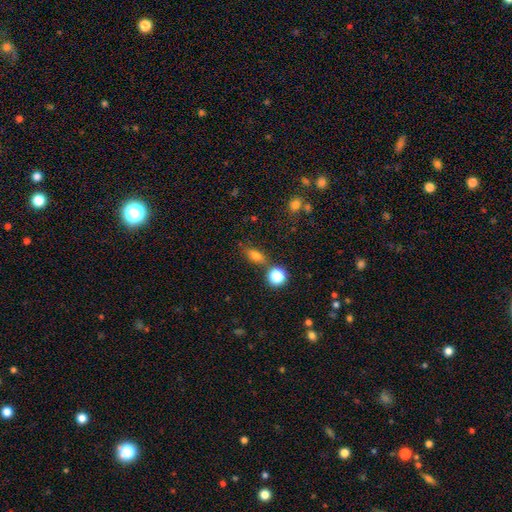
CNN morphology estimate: This appears to be a smooth galaxy with no disk features (70%) that is in between round and cigar-shaped (66%). Merging: none (69%).